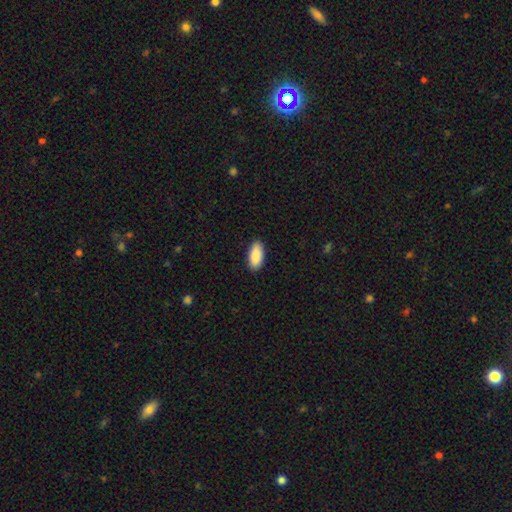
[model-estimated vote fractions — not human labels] smooth_or_featured: smooth (p=0.91) [alt: star or artifact p=0.06]
how_rounded: in between (p=0.91) [alt: cigar-shaped p=0.07]
merging: none (p=0.89) [alt: minor disturbance p=0.08]